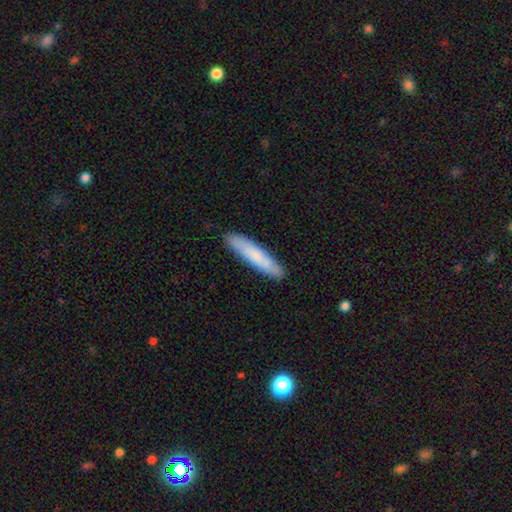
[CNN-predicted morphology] This is likely a smooth galaxy (77%). How rounded: clearly cigar-shaped (89%). Merging: clearly none (89%).